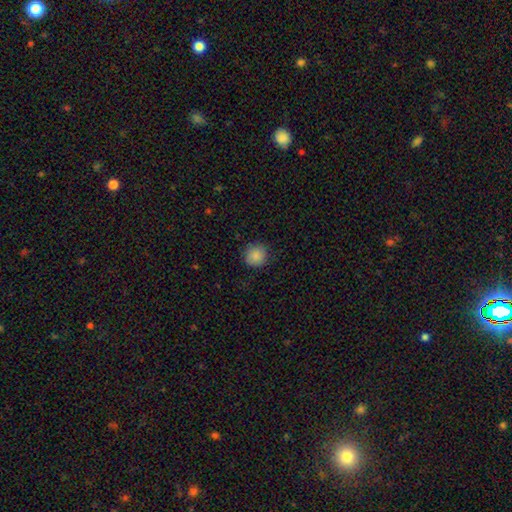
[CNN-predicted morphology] type=smooth (87%); roundness=round (92%); merging=none (87%).